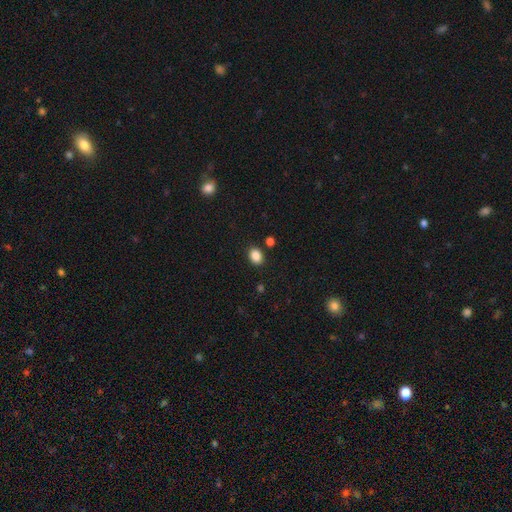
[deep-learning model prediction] Q: Smooth or featured?
A: smooth (86%); runner-up: star or artifact (10%)
Q: How rounded?
A: in between (65%); runner-up: round (34%)
Q: Merging?
A: none (85%); runner-up: minor disturbance (9%)